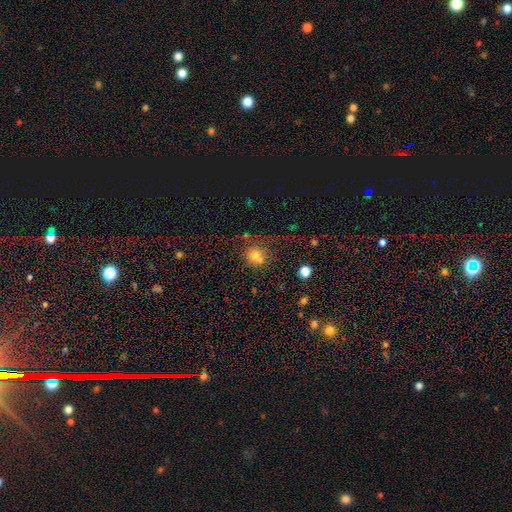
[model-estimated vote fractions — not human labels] This is likely a smooth galaxy (68%). How rounded: clearly round (87%). Merging: possibly none (56%).